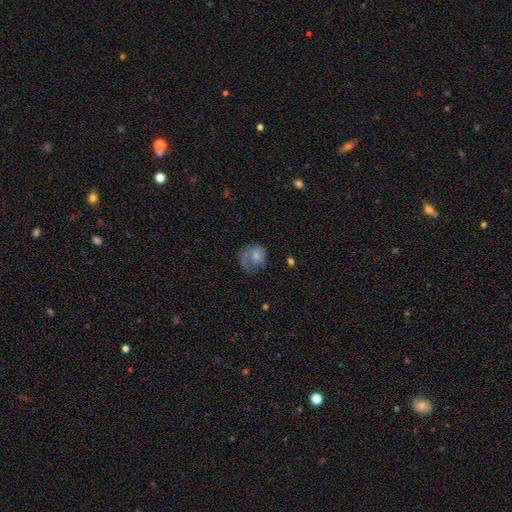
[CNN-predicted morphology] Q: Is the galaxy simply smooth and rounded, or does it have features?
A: smooth — 57%.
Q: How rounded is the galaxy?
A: round — 62%.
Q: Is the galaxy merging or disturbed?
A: none — 37%.